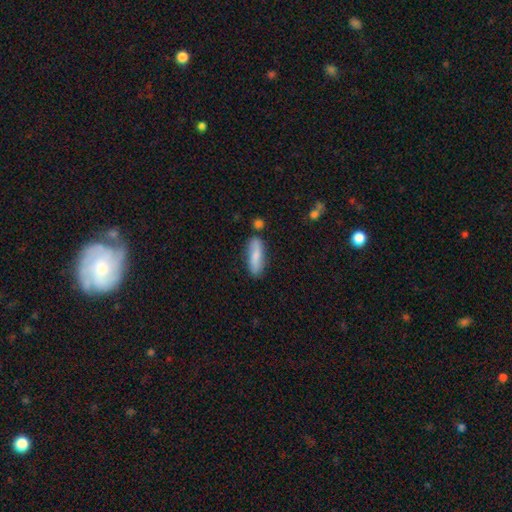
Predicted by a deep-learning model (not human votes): Smooth or featured?
  - smooth: 77% *
  - featured or disk: 17%
  - star or artifact: 6%
How rounded?
  - cigar-shaped: 50% *
  - in between: 48%
  - round: 2%
Merging?
  - none: 76% *
  - minor disturbance: 16%
  - merger: 5%
  - major disturbance: 3%